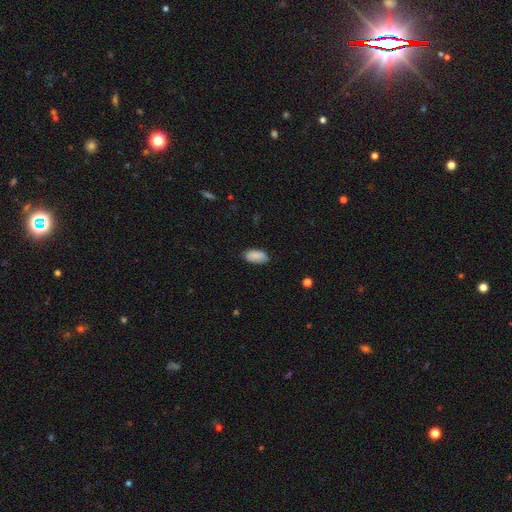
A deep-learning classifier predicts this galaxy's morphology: type=smooth (86%); roundness=in between (95%); merging=none (79%).